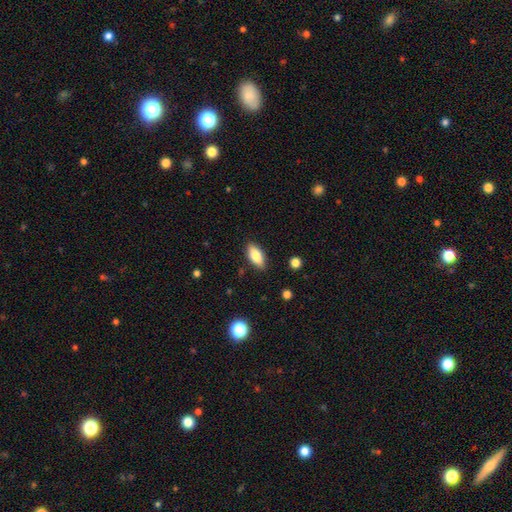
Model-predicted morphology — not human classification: The model was most divided on "smooth or featured": smooth: 80%, featured or disk: 13%, star or artifact: 7%. More confident: merging — none (87%); how rounded — in between (84%).